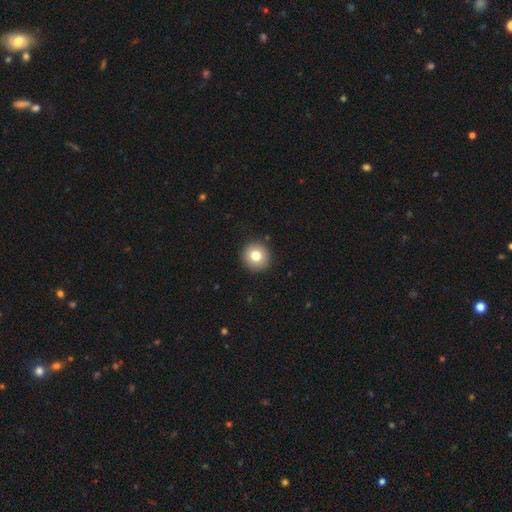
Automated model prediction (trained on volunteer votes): This is likely a smooth galaxy (80%). How rounded: clearly round (95%). Merging: clearly none (92%).